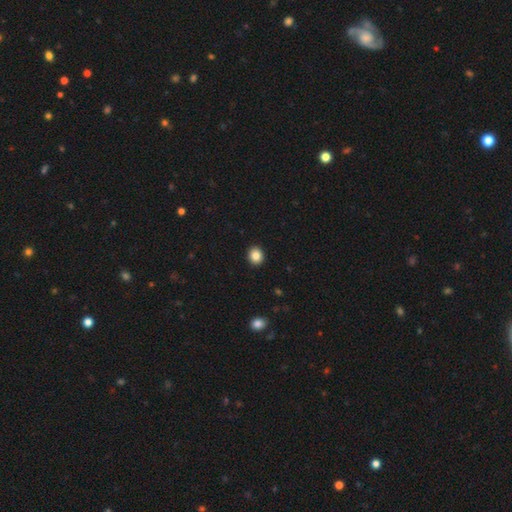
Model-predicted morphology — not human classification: A smooth galaxy with no disk features (85%) that is round (71%). Merging: none (92%).